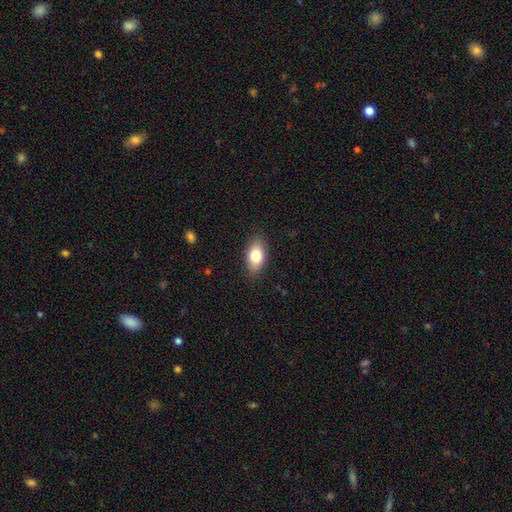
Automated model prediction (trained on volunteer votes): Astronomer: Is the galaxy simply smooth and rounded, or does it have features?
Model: smooth — 80%.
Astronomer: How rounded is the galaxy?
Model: in between — 91%.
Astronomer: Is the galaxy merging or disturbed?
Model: none — 86%.